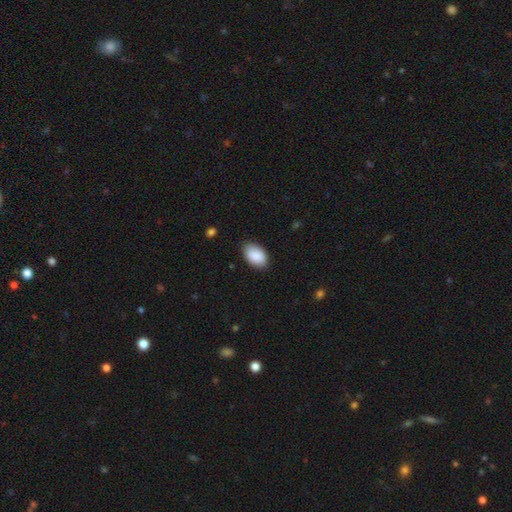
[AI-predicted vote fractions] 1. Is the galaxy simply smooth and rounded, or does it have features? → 89% smooth, 6% star or artifact, 5% featured or disk.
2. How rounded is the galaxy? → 93% in between, 6% round, 1% cigar-shaped.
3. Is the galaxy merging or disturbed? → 84% none, 13% minor disturbance, 2% major disturbance, 1% merger.